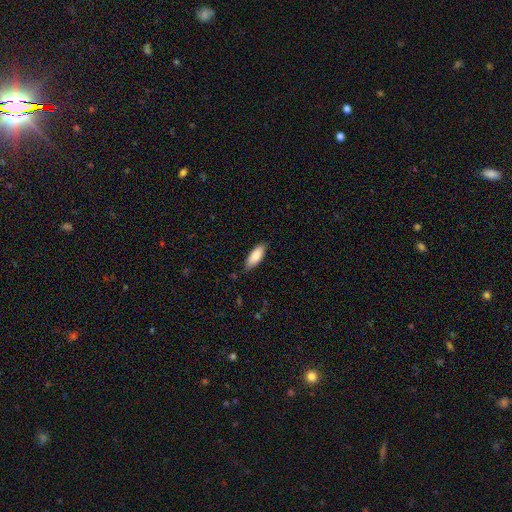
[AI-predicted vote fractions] This is clearly a smooth galaxy (85%). How rounded: likely in between (74%). Merging: clearly none (82%).